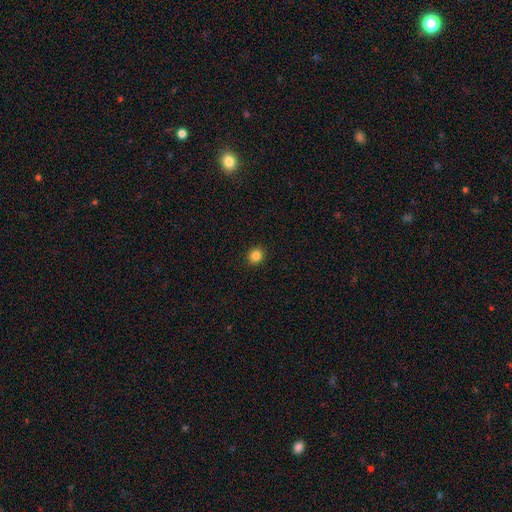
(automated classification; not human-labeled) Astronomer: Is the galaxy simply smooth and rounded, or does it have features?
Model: smooth — 85%.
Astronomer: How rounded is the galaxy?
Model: round — 85%.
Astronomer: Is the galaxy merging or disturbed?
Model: none — 92%.